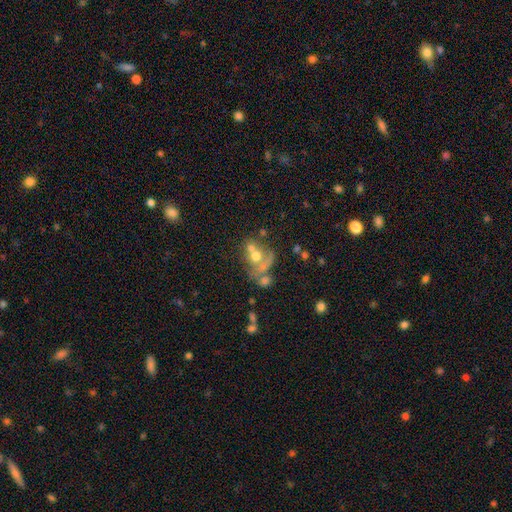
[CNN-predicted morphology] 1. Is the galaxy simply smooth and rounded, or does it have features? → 47% smooth, 36% featured or disk, 17% star or artifact.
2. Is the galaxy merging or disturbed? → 48% merger, 25% none, 16% major disturbance, 11% minor disturbance.